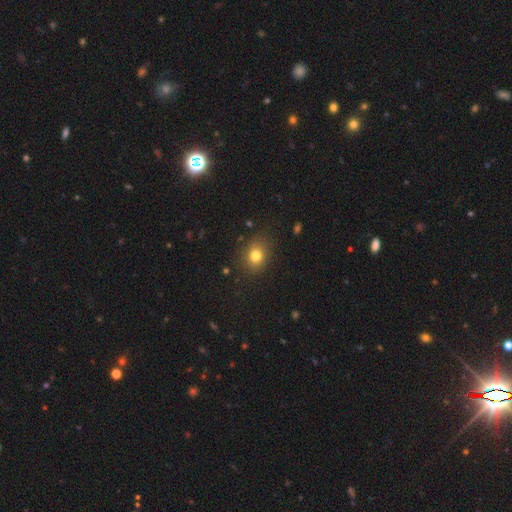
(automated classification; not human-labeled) smooth 78%, star or artifact 13%, featured or disk 9%. Down the decision tree: how rounded — round (58%); merging — none (83%).